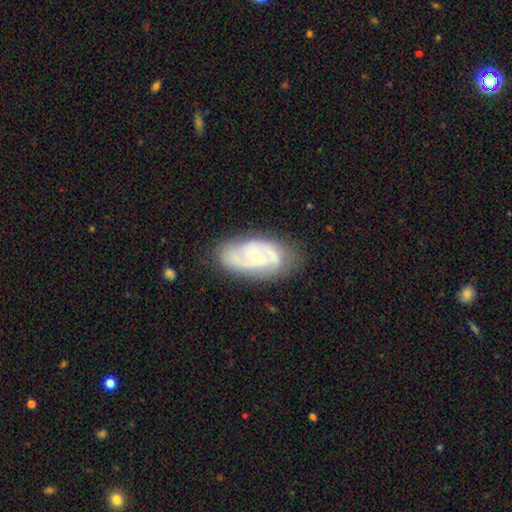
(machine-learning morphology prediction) Smooth or featured? featured or disk (82%)
Edge-on disk? no (96%)
Bar? no (60%)
Spiral arms? yes (94%)
Spiral winding? tight (47%)
Spiral arm count? 2 (70%)
Bulge size? small (69%)
Merging? none (78%)